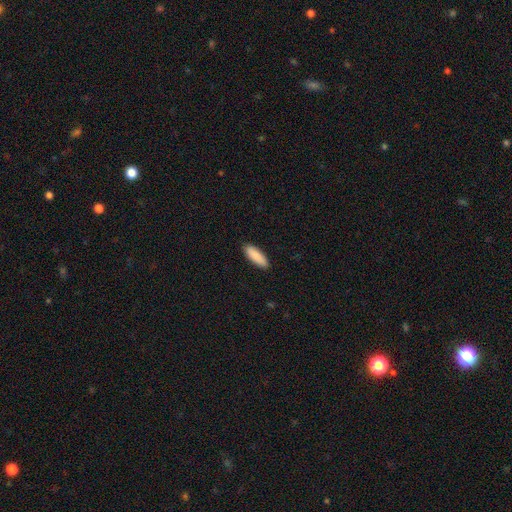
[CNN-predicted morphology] A smooth galaxy with no disk features (89%) that is in between round and cigar-shaped (58%).

Vote fractions:
- Smooth or featured? smooth: 89% / featured or disk: 6% / star or artifact: 5%
- How rounded? in between: 58% / cigar-shaped: 40% / round: 2%
- Merging? none: 90% / minor disturbance: 7% / major disturbance: 2% / merger: 1%